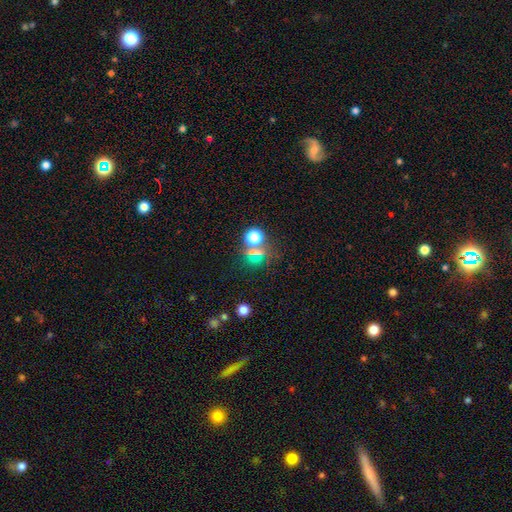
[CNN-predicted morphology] Q: Smooth or featured?
A: star or artifact (50%); runner-up: smooth (39%)